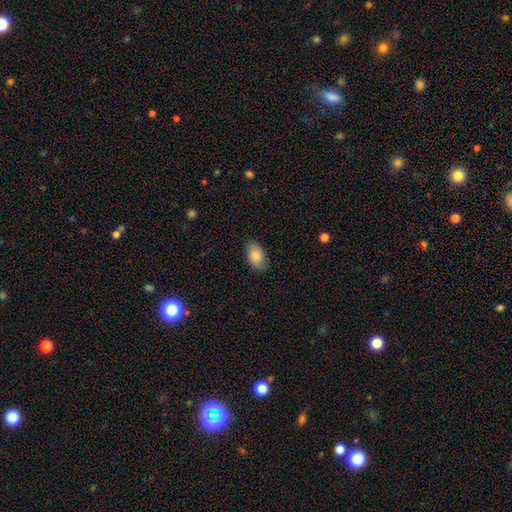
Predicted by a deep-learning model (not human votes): The model was most divided on "merging": none: 82%, minor disturbance: 14%, major disturbance: 3%, merger: 1%. More confident: how rounded — in between (93%); smooth or featured — smooth (86%).